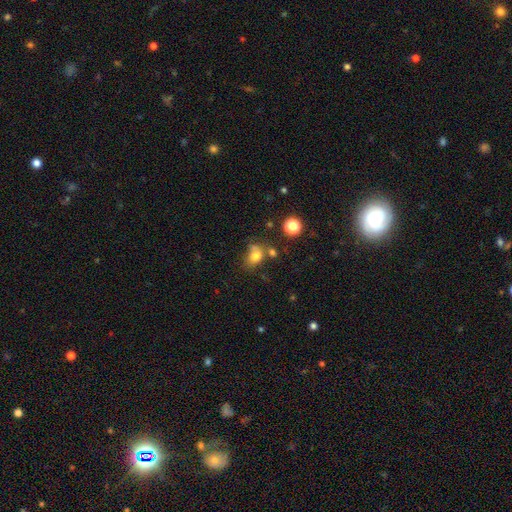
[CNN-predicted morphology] smooth_or_featured: smooth (p=0.76) [alt: star or artifact p=0.13]
how_rounded: in between (p=0.68) [alt: round p=0.31]
merging: none (p=0.44) [alt: minor disturbance p=0.25]